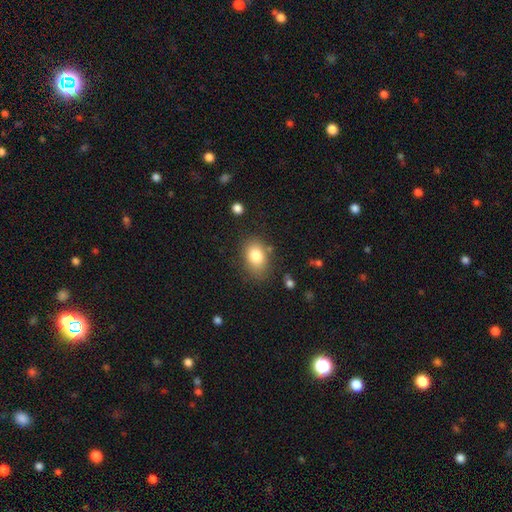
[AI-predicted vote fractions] smooth 82%, featured or disk 9%, star or artifact 8%. Down the decision tree: how rounded — in between (80%); merging — none (76%).